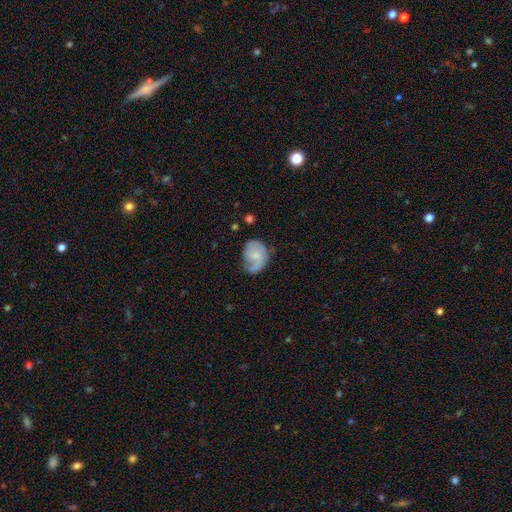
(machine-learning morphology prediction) A featured or disk galaxy (58%) with no bar (64%), spiral arms (84%) and a small central bulge (47%). Merging: none (49%).